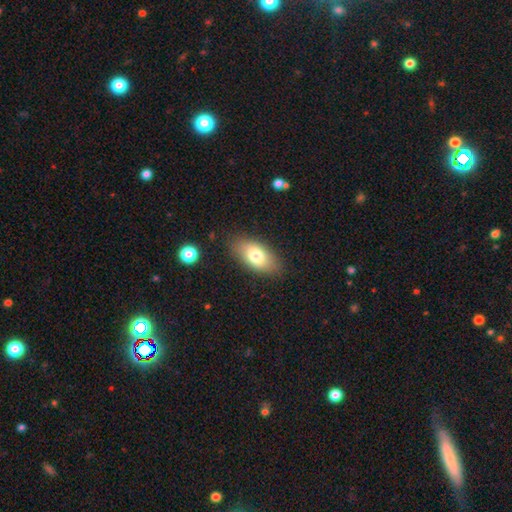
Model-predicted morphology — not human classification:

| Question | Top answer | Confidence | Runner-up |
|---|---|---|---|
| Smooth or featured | smooth | 76% | featured or disk (17%) |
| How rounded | in between | 91% | round (5%) |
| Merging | none | 83% | minor disturbance (13%) |